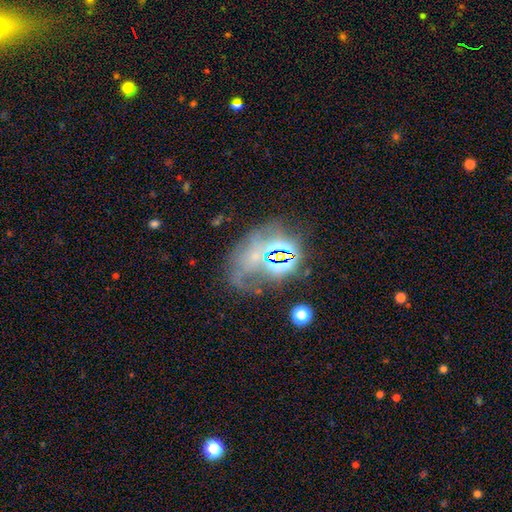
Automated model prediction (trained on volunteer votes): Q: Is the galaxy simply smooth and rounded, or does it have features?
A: star or artifact — 46%.